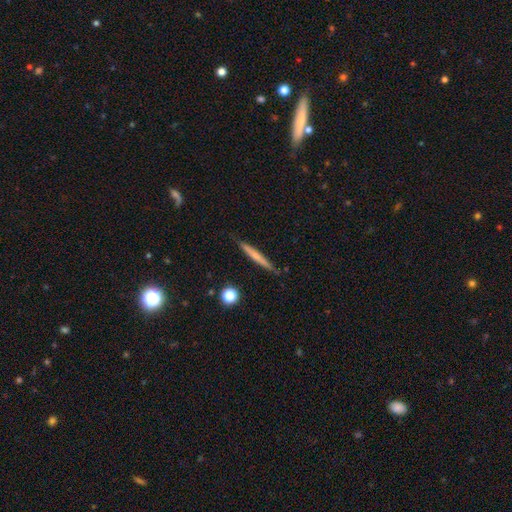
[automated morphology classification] This is possibly a smooth galaxy (57%). How rounded: clearly cigar-shaped (95%). Merging: clearly none (85%).